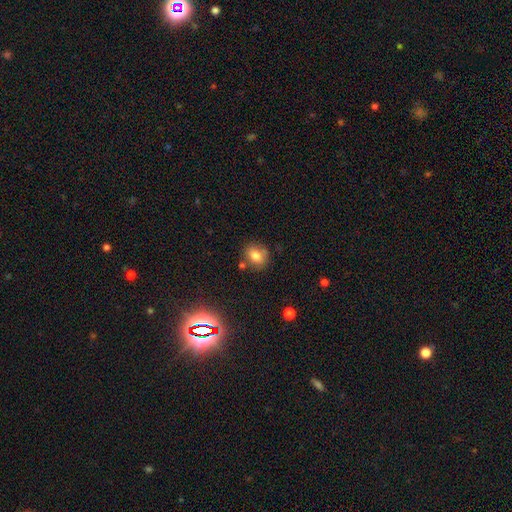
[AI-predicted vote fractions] Smooth or featured? Predicted: smooth (p=0.77). How rounded? Predicted: round (p=0.51). Merging? Predicted: none (p=0.72).